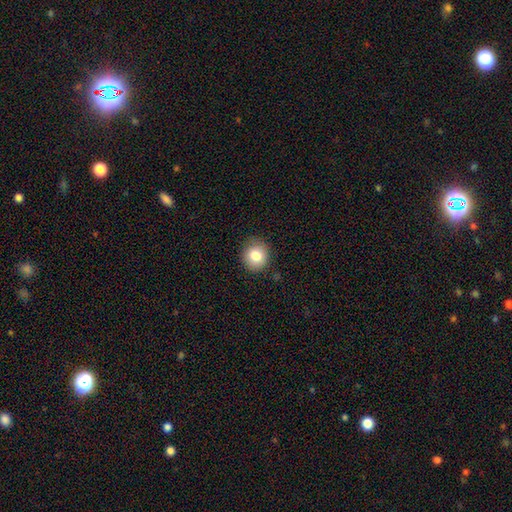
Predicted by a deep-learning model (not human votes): The model was most divided on "how rounded": round: 85%, in between: 14%, cigar-shaped: 1%. More confident: merging — none (86%); smooth or featured — smooth (82%).